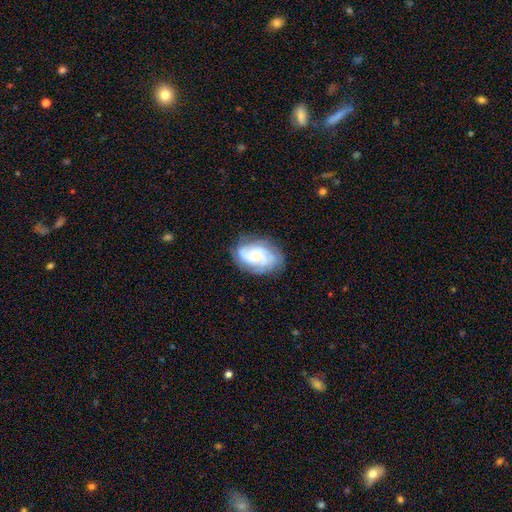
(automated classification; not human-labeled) Smooth or featured? featured or disk (67%)
Edge-on disk? no (98%)
Bar? no (71%)
Spiral arms? yes (92%)
Spiral winding? tight (54%)
Spiral arm count? can't tell (32%)
Bulge size? small (36%)
Merging? none (71%)